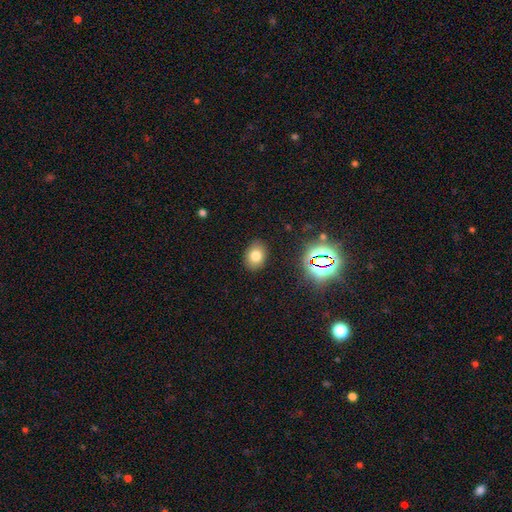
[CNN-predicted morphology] This appears to be a smooth galaxy with no disk features (75%) that is in between round and cigar-shaped (67%). Merging: none (87%).